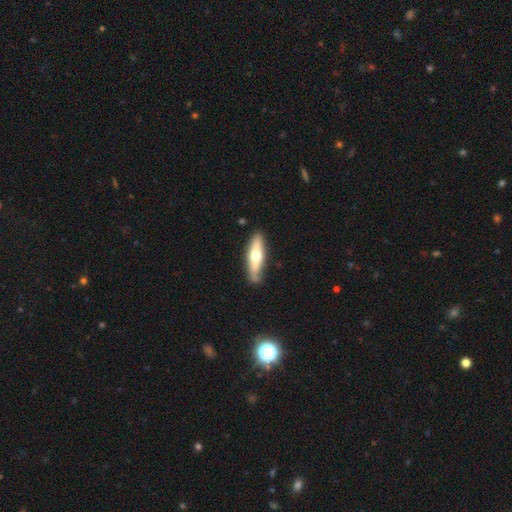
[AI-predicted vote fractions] The model was most divided on "smooth or featured": smooth: 48%, featured or disk: 47%, star or artifact: 5%. More confident: merging — none (79%).